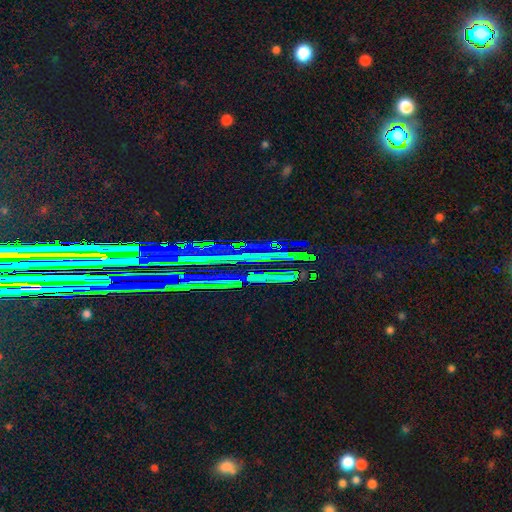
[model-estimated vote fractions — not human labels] smooth-or-featured: star or artifact: 84% | featured or disk: 8% | smooth: 7%